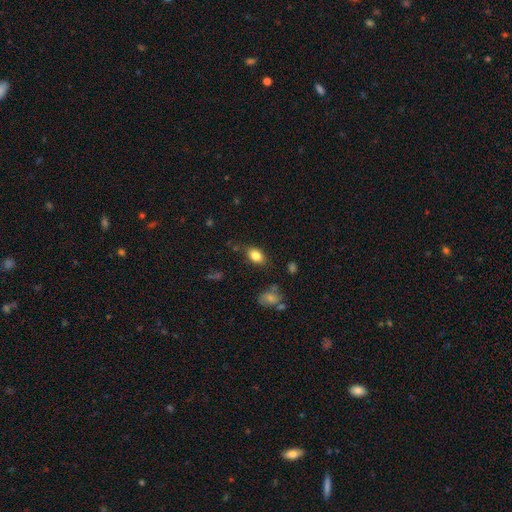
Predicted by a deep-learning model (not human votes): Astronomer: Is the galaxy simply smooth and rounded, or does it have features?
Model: smooth — 83%.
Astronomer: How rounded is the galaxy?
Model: in between — 84%.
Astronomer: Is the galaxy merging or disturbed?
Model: none — 79%.